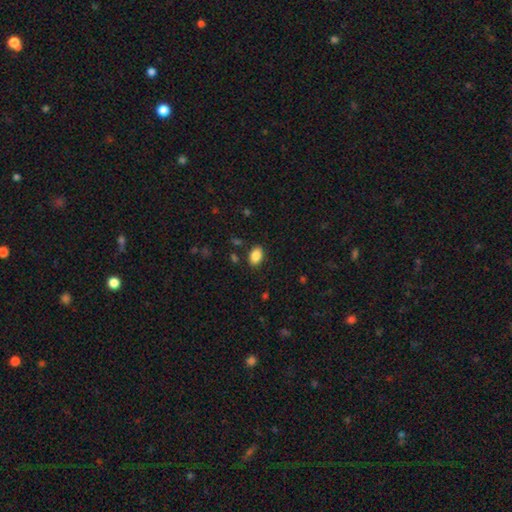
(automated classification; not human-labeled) smooth 87%, star or artifact 8%, featured or disk 4%. Down the decision tree: how rounded — in between (85%); merging — none (86%).